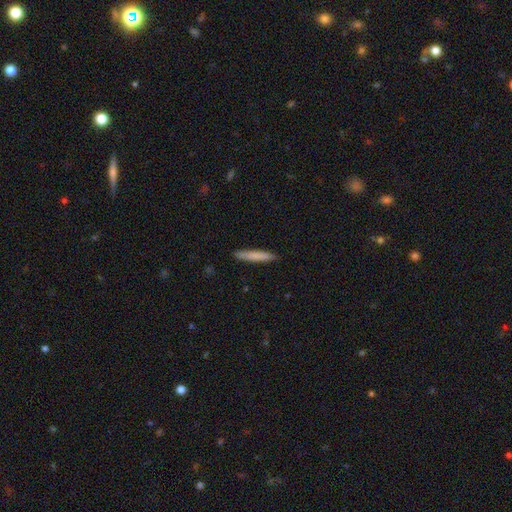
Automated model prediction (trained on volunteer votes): This appears to be a smooth galaxy with no disk features (78%) that is cigar-shaped (94%). Merging: none (89%).